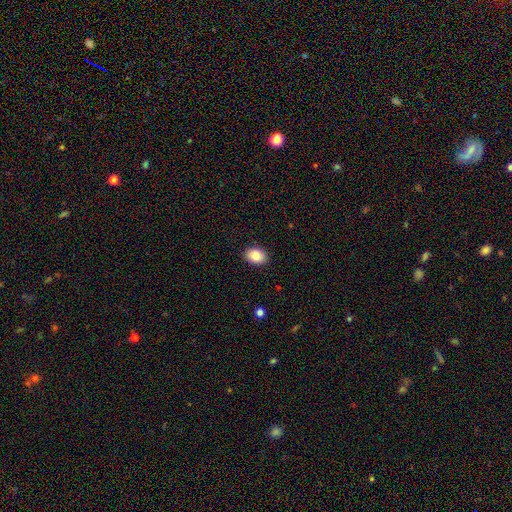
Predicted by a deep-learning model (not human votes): Smooth or featured? smooth (85%)
How rounded? in between (76%)
Merging? none (90%)